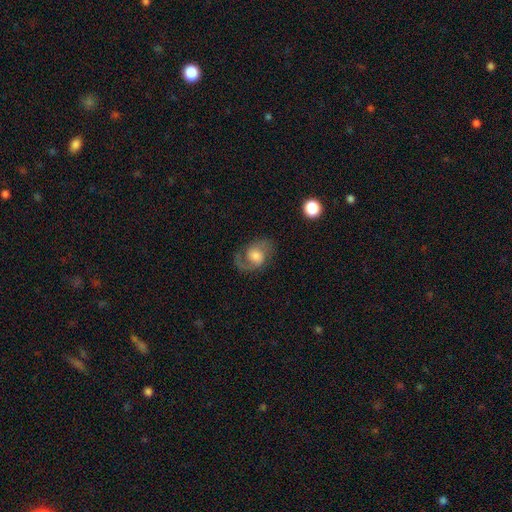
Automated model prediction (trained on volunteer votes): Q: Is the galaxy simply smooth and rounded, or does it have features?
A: featured or disk — 73%.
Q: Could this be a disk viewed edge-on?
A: no — 98%.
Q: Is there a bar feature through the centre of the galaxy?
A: no — 55%.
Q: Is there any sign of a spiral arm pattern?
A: yes — 93%.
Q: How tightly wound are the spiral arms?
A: medium — 53%.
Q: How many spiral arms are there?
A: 2 — 86%.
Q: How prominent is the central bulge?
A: moderate — 43%.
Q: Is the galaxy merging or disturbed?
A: none — 69%.